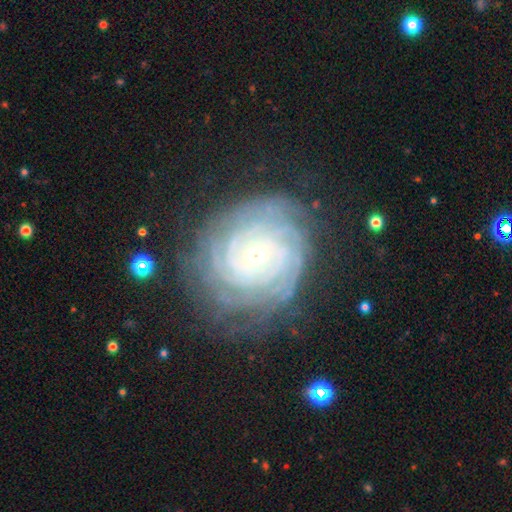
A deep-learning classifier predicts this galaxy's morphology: Smooth or featured?
  - featured or disk: 87% *
  - smooth: 7%
  - star or artifact: 6%
Edge-on disk?
  - no: 97% *
  - yes: 3%
Bar?
  - no: 75% *
  - weak: 19%
  - strong: 7%
Spiral arms?
  - yes: 97% *
  - no: 3%
Spiral winding?
  - tight: 87% *
  - medium: 11%
  - loose: 2%
Spiral arm count?
  - can't tell: 35% *
  - more than 4: 18%
  - 4: 16%
  - 3: 12%
  - 2: 11%
  - 1: 7%
Bulge size?
  - small: 60% *
  - moderate: 36%
  - large: 2%
  - none: 1%
  - dominant: 1%
Merging?
  - none: 77% *
  - minor disturbance: 16%
  - major disturbance: 6%
  - merger: 1%